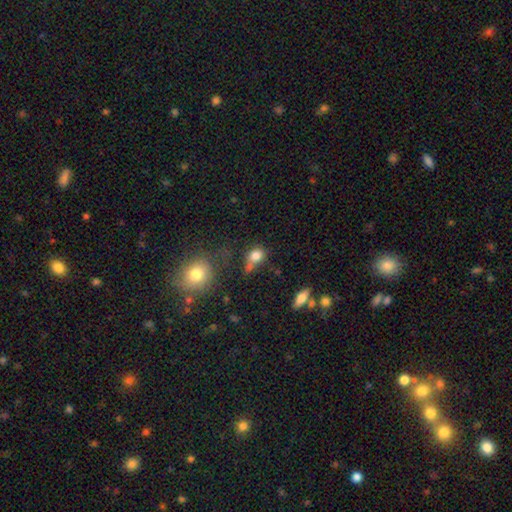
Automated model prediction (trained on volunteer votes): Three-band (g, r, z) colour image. It shows a smooth galaxy with no disk features (79%) that is round (56%). Merging: none (43%).